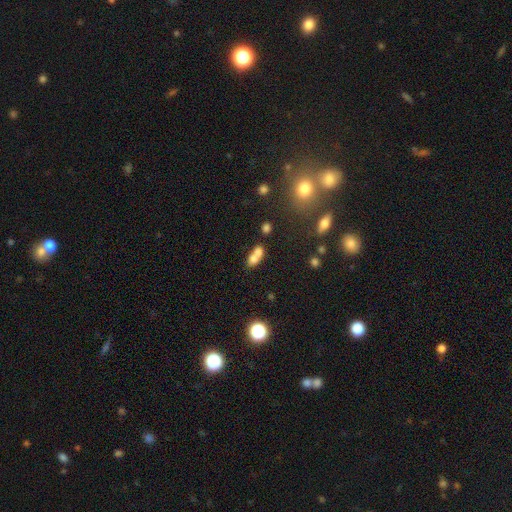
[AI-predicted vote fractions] Overall: smooth (69%). How rounded: in between (63%; round 32%). Merging: merger (67%).